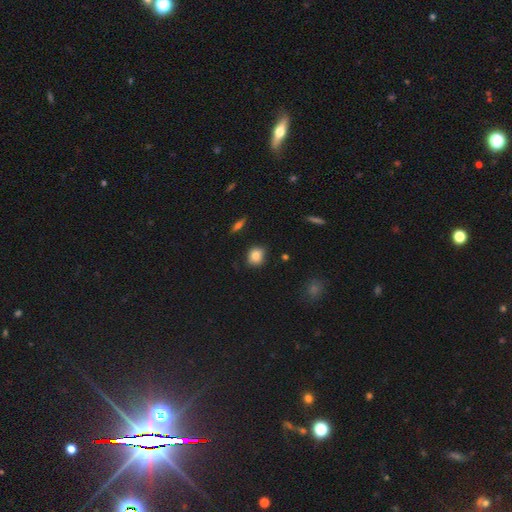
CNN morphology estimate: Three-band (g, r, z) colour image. It shows a smooth galaxy with no disk features (82%) that is round (77%). Merging: none (82%).